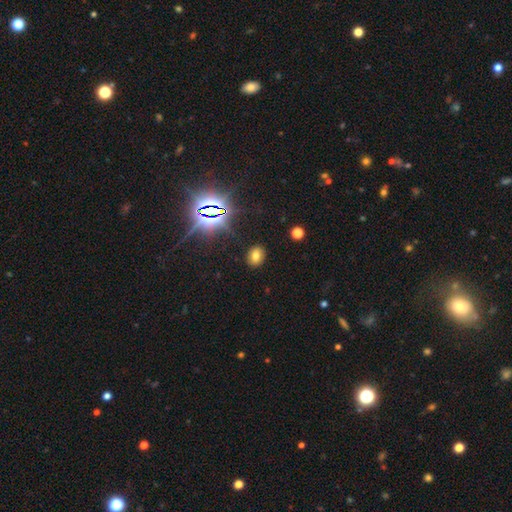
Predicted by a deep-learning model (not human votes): Smooth or featured?
  - smooth: 69% *
  - star or artifact: 21%
  - featured or disk: 9%
How rounded?
  - in between: 58% *
  - round: 41%
  - cigar-shaped: 1%
Merging?
  - none: 89% *
  - minor disturbance: 7%
  - major disturbance: 3%
  - merger: 2%